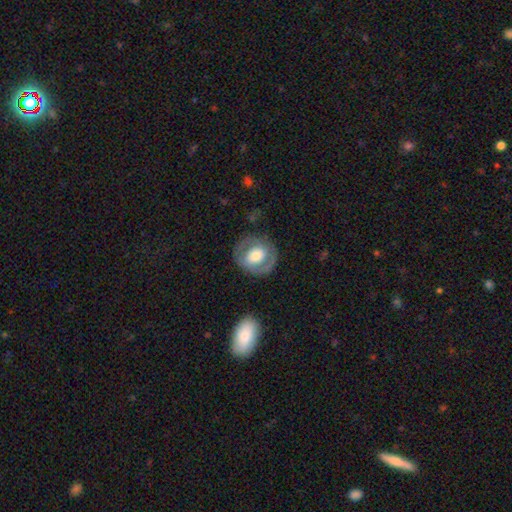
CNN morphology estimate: smooth_or_featured: featured or disk (p=0.56) [alt: smooth p=0.38]
disk_edge_on: no (p=0.96) [alt: yes p=0.04]
bar: no (p=0.59) [alt: weak p=0.27]
has_spiral_arms: yes (p=0.50) [tied with: no p=0.50]
bulge_size: moderate (p=0.58) [alt: large p=0.25]
merging: none (p=0.78) [alt: minor disturbance p=0.13]